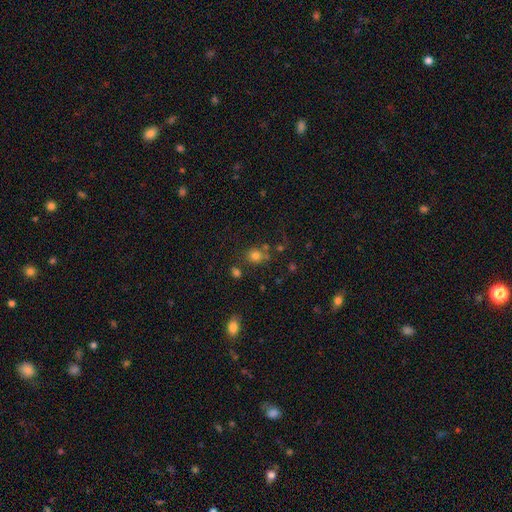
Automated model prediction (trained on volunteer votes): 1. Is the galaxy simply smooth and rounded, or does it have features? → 76% smooth, 16% star or artifact, 8% featured or disk.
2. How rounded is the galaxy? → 75% round, 24% in between, 1% cigar-shaped.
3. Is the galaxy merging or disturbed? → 67% none, 14% merger, 13% minor disturbance, 6% major disturbance.